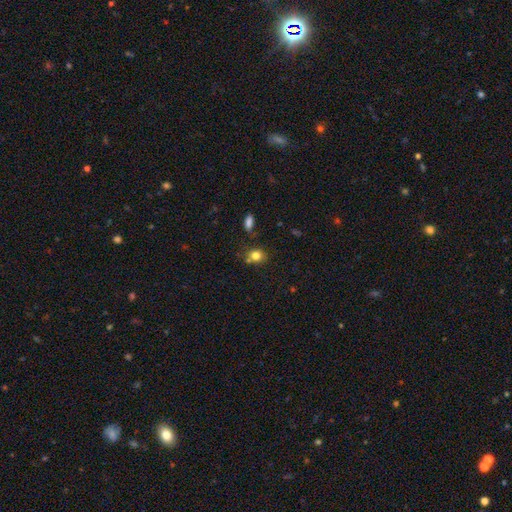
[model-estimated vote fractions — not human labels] Smooth or featured?
  - smooth: 80% *
  - star or artifact: 12%
  - featured or disk: 8%
How rounded?
  - round: 65% *
  - in between: 34%
  - cigar-shaped: 1%
Merging?
  - none: 70% *
  - minor disturbance: 15%
  - merger: 11%
  - major disturbance: 4%